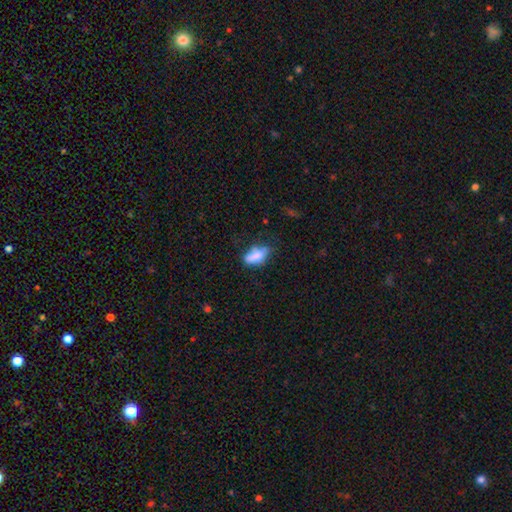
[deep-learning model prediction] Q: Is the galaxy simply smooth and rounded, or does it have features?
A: smooth — 74%.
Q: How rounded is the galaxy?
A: in between — 86%.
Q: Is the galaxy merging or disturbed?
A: none — 45%.